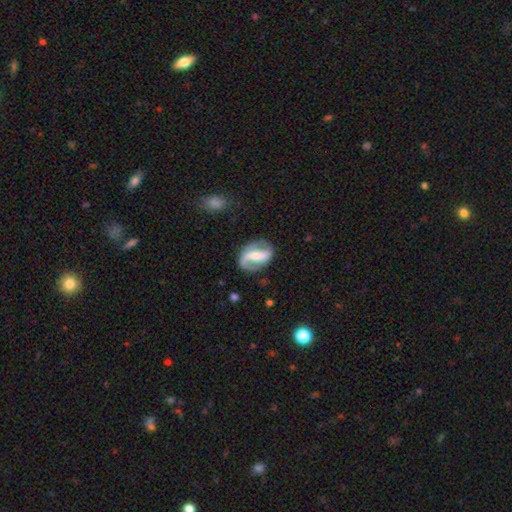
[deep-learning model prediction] Smooth or featured?
  - featured or disk: 82% *
  - smooth: 13%
  - star or artifact: 5%
Edge-on disk?
  - no: 96% *
  - yes: 4%
Bar?
  - strong: 54% *
  - weak: 29%
  - no: 17%
Spiral arms?
  - yes: 88% *
  - no: 12%
Spiral winding?
  - loose: 43% *
  - medium: 39%
  - tight: 18%
Spiral arm count?
  - 2: 84% *
  - 1: 9%
  - can't tell: 4%
  - 3: 1%
  - 4: 1%
  - more than 4: 1%
Bulge size?
  - moderate: 53% *
  - small: 37%
  - large: 6%
  - none: 3%
  - dominant: 1%
Merging?
  - none: 77% *
  - minor disturbance: 15%
  - major disturbance: 7%
  - merger: 2%